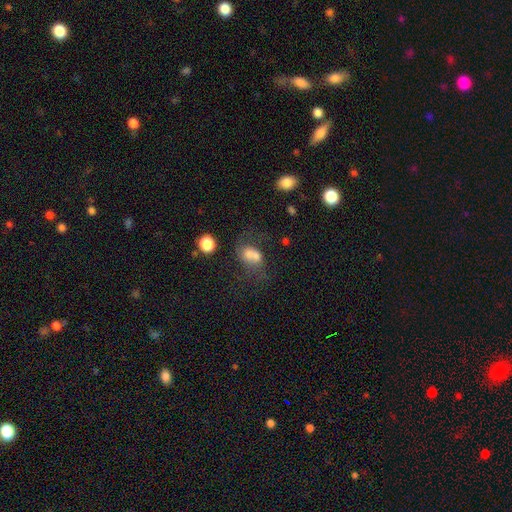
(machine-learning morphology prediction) type=smooth (60%); roundness=in between (58%); merging=merger (45%).